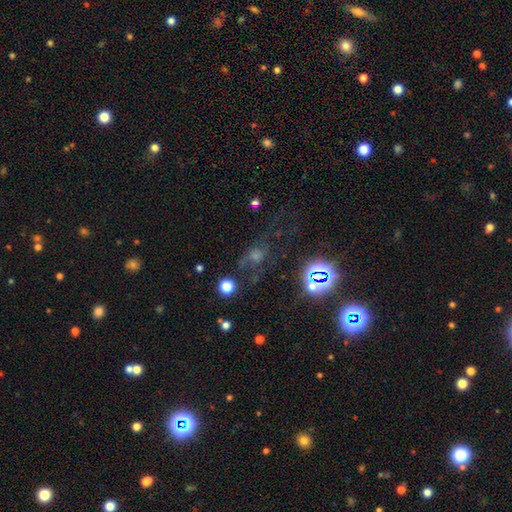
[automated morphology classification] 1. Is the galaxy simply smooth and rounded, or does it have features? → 43% star or artifact, 30% featured or disk, 28% smooth.